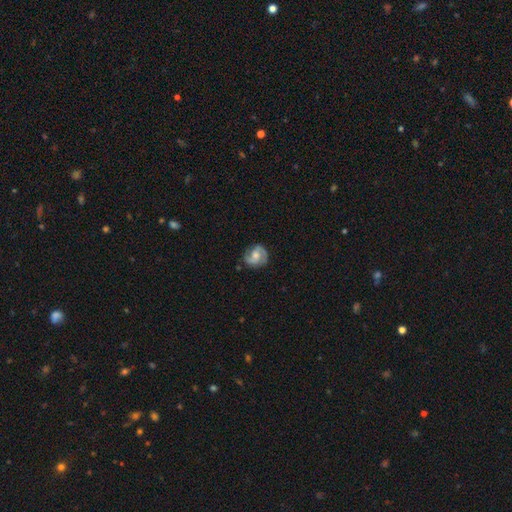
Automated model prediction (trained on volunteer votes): Smooth or featured?
  - featured or disk: 77% *
  - smooth: 17%
  - star or artifact: 6%
Edge-on disk?
  - no: 98% *
  - yes: 2%
Bar?
  - no: 45% *
  - weak: 44%
  - strong: 12%
Spiral arms?
  - yes: 95% *
  - no: 5%
Spiral winding?
  - medium: 49% *
  - tight: 34%
  - loose: 17%
Spiral arm count?
  - 2: 88% *
  - can't tell: 5%
  - 1: 3%
  - 3: 2%
  - 4: 1%
  - more than 4: 1%
Bulge size?
  - moderate: 57% *
  - small: 29%
  - large: 7%
  - none: 5%
  - dominant: 1%
Merging?
  - none: 79% *
  - minor disturbance: 15%
  - major disturbance: 5%
  - merger: 1%